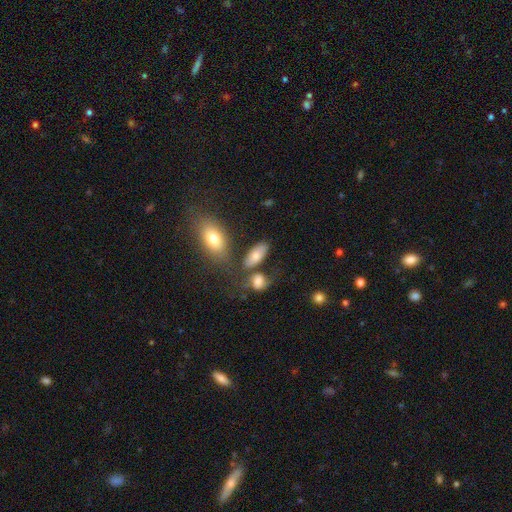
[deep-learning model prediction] A smooth galaxy with no disk features (75%) that is in between round and cigar-shaped (88%). Merging: none (59%).